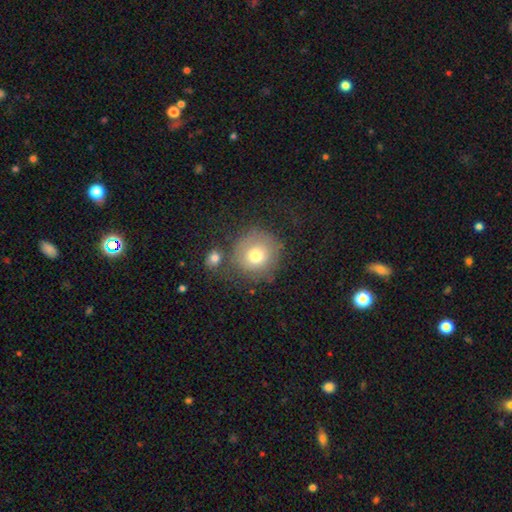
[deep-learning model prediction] Smooth or featured: smooth — 72% (featured or disk — 18%)
How rounded: round — 92% (in between — 7%)
Merging: none — 66% (minor disturbance — 15%)